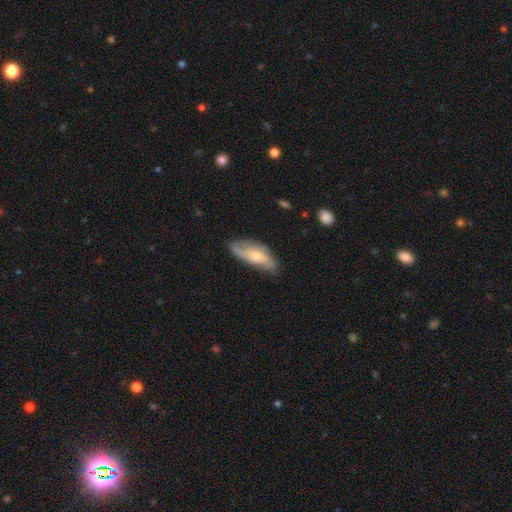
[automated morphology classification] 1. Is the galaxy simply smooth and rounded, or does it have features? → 60% featured or disk, 34% smooth, 6% star or artifact.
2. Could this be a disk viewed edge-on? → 84% no, 16% yes.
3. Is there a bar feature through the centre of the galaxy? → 60% no, 31% weak, 9% strong.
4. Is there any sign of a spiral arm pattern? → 84% yes, 16% no.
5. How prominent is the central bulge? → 52% moderate, 42% small, 3% large, 2% none, 1% dominant.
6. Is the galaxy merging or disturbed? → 67% none, 24% minor disturbance, 7% major disturbance, 2% merger.